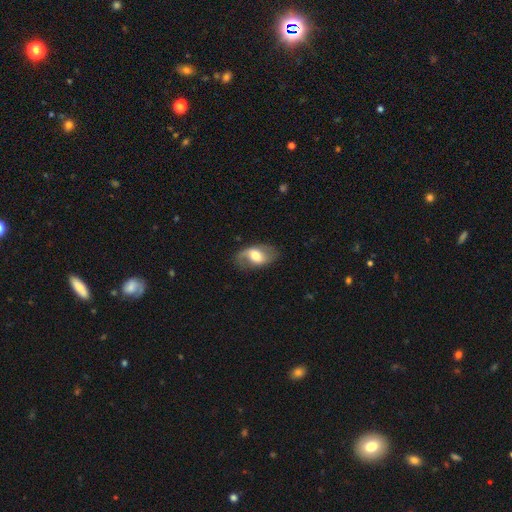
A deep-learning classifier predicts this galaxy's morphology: This appears to be a featured or disk galaxy (59%) with a weak bar (44%), spiral arms (79%) and a moderate central bulge (60%). Merging: none (73%).